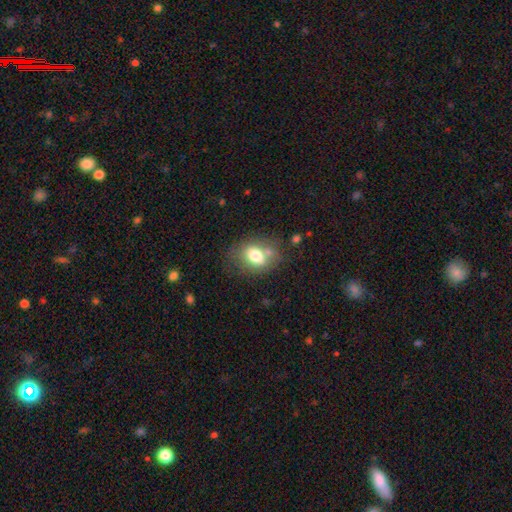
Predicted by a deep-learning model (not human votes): A smooth galaxy with no disk features (70%) that is in between round and cigar-shaped (68%). Merging: none (58%).